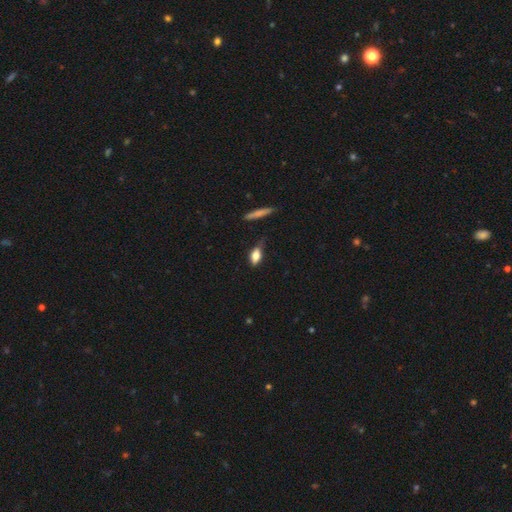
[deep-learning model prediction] This appears to be a smooth galaxy with no disk features (75%) that is in between round and cigar-shaped (77%). Merging: none (57%).